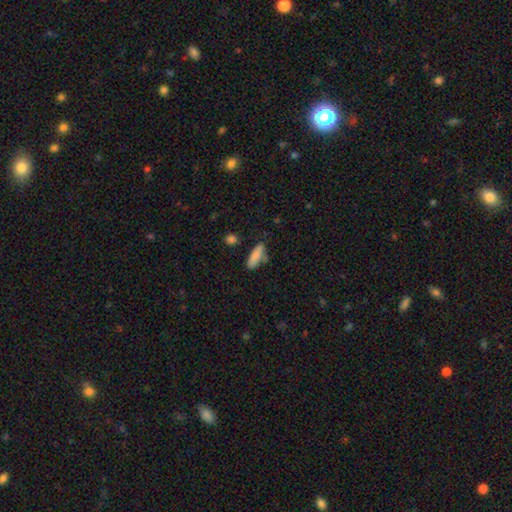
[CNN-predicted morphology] Q: Smooth or featured?
A: smooth (85%); runner-up: featured or disk (8%)
Q: How rounded?
A: in between (56%); runner-up: cigar-shaped (42%)
Q: Merging?
A: none (68%); runner-up: minor disturbance (20%)